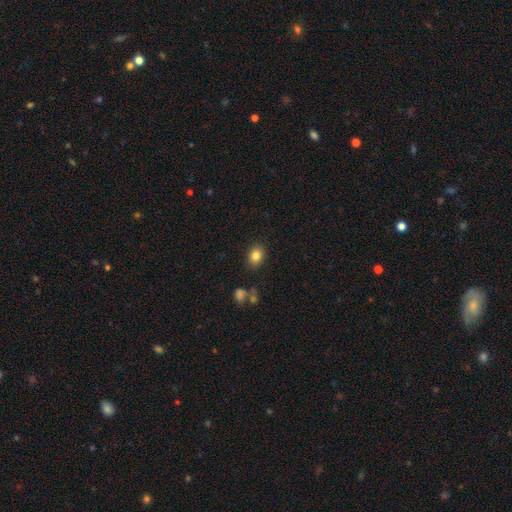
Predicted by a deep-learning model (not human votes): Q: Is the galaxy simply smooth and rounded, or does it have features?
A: smooth — 83%.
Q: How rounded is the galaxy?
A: in between — 60%.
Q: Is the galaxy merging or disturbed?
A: none — 85%.